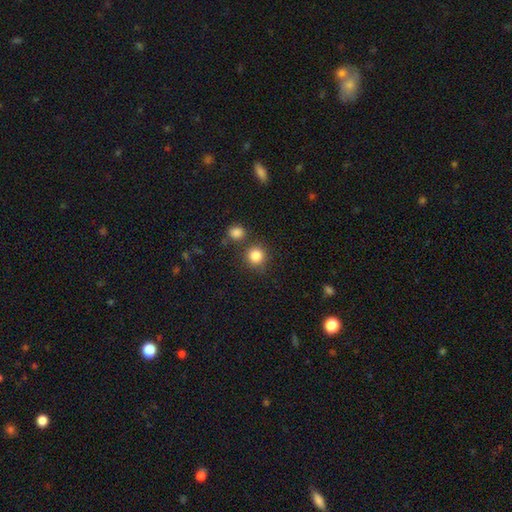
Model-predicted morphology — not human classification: Q: Smooth or featured?
A: smooth (85%); runner-up: star or artifact (11%)
Q: How rounded?
A: round (92%); runner-up: in between (7%)
Q: Merging?
A: none (78%); runner-up: merger (10%)